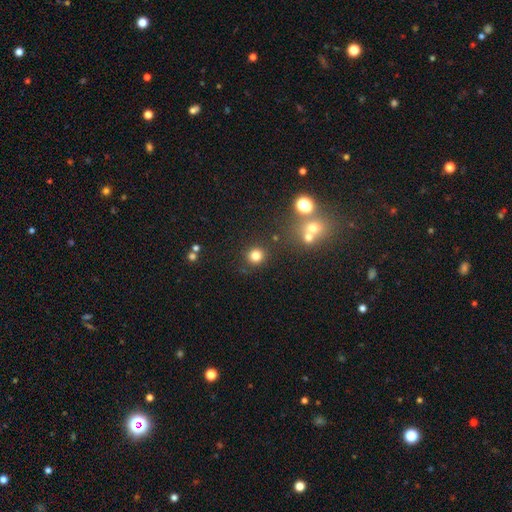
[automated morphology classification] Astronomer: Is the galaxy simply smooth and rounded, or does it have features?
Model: smooth — 79%.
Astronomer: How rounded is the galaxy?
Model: round — 92%.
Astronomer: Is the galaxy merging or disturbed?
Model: none — 85%.